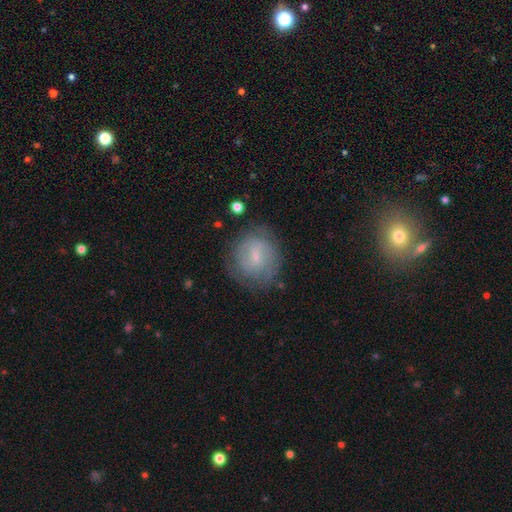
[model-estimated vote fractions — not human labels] Overall: featured or disk (53%; smooth 38%). Edge-on disk: no (96%). Bar: weak (59%; no 26%). Spiral arms: yes (75%). Bulge size: small (63%). Merging: none (72%).